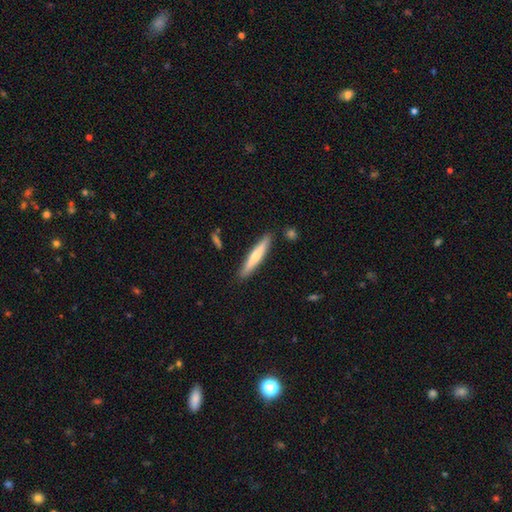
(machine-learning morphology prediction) The model was most divided on "smooth or featured": smooth: 56%, featured or disk: 39%, star or artifact: 5%. More confident: how rounded — cigar-shaped (92%); merging — none (89%).